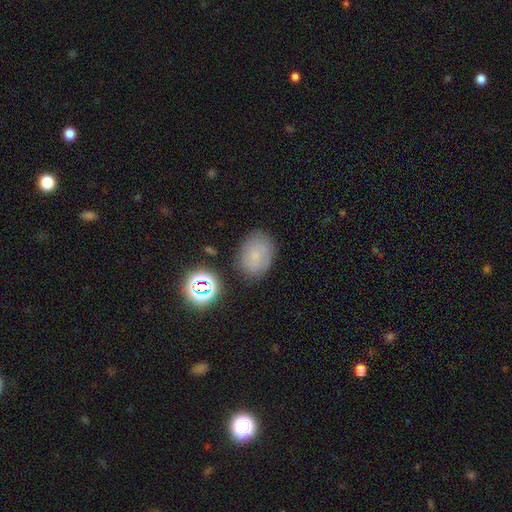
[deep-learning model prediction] Morphology: type=smooth (64%); roundness=in between (67%); merging=none (77%).